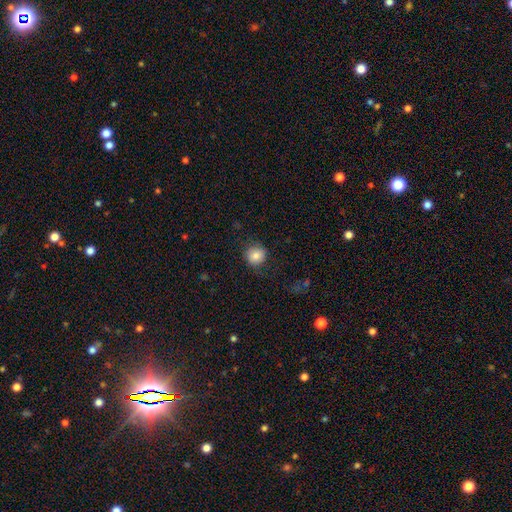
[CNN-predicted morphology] The model was most divided on "merging": none: 81%, minor disturbance: 13%, major disturbance: 5%, merger: 1%. More confident: how rounded — round (87%); smooth or featured — smooth (82%).